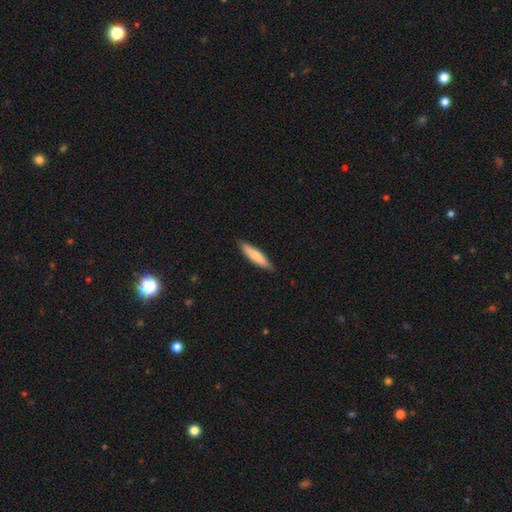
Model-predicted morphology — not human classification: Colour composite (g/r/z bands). It shows a smooth galaxy with no disk features (77%) that is cigar-shaped (81%). Merging: none (87%).